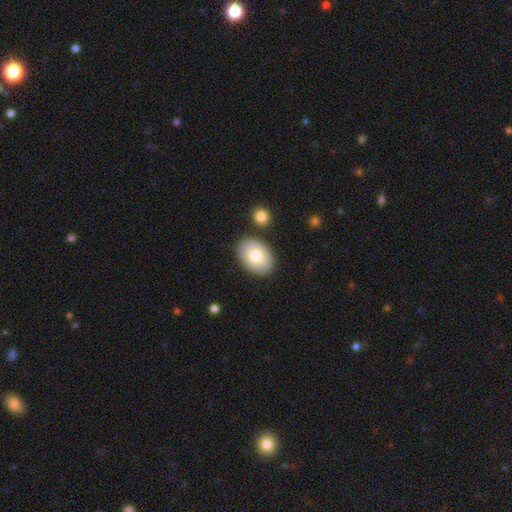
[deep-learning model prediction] This appears to be a smooth galaxy with no disk features (80%) that is in between round and cigar-shaped (88%). Merging: none (82%).